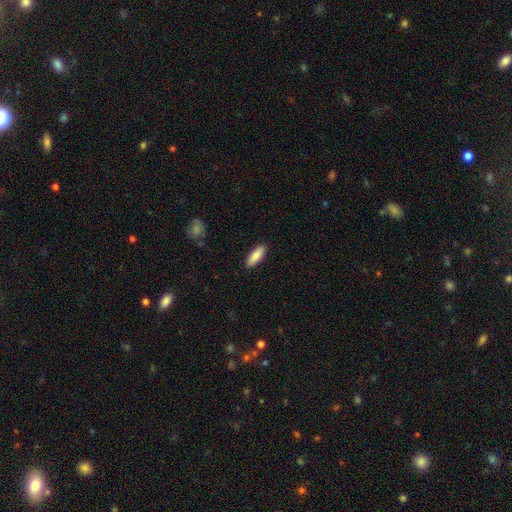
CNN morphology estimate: A smooth galaxy with no disk features (86%) that is in between round and cigar-shaped (58%). Merging: none (90%).